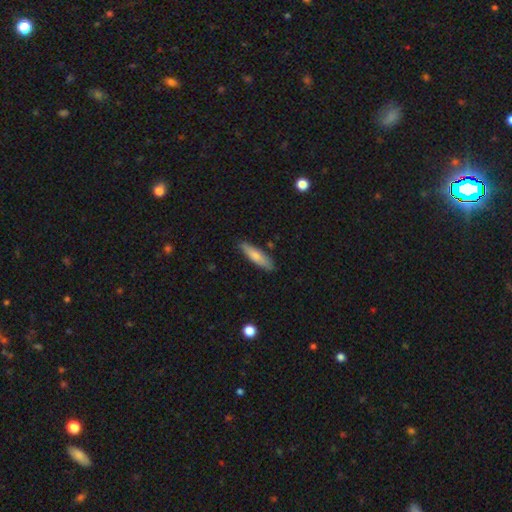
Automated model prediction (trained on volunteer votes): A smooth galaxy with no disk features (74%) that is cigar-shaped (71%). Merging: none (85%).